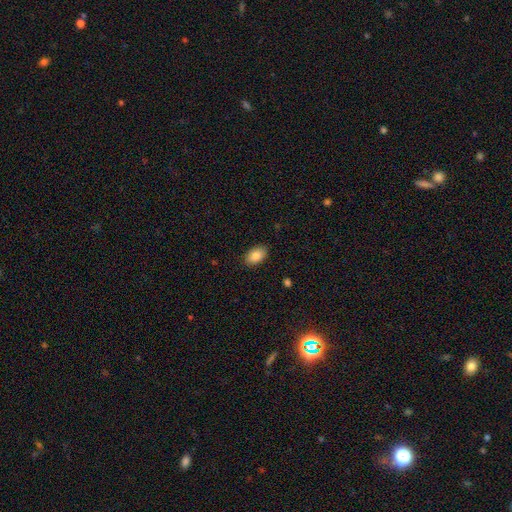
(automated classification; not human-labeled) The model was most divided on "merging": none: 88%, minor disturbance: 9%, major disturbance: 2%, merger: 1%. More confident: how rounded — in between (90%); smooth or featured — smooth (86%).